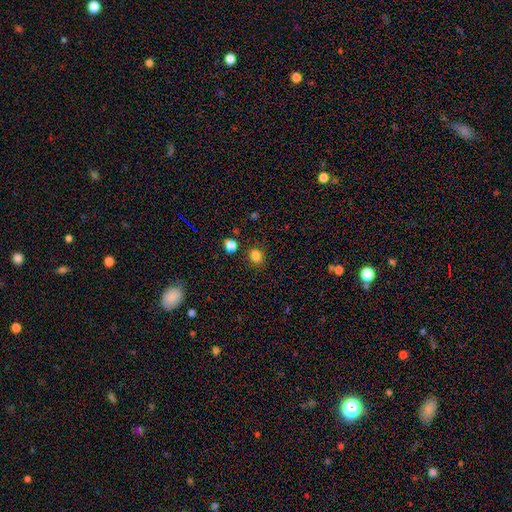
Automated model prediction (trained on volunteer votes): A smooth galaxy with no disk features (83%) that is round (65%).

Vote fractions:
- Smooth or featured? smooth: 83% / star or artifact: 13% / featured or disk: 4%
- How rounded? round: 65% / in between: 34% / cigar-shaped: 1%
- Merging? none: 84% / minor disturbance: 9% / merger: 4% / major disturbance: 3%